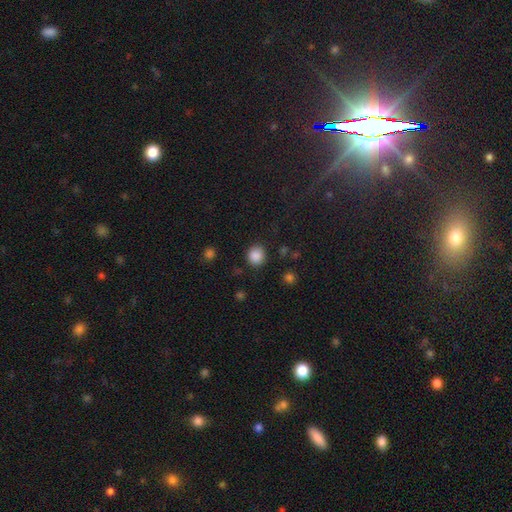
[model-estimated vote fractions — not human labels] Smooth or featured?
  - smooth: 87% *
  - star or artifact: 10%
  - featured or disk: 3%
How rounded?
  - round: 85% *
  - in between: 14%
  - cigar-shaped: 1%
Merging?
  - none: 87% *
  - minor disturbance: 8%
  - major disturbance: 3%
  - merger: 2%